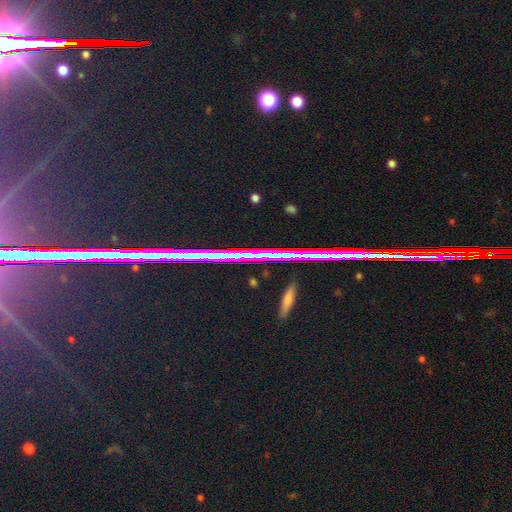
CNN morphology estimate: This appears to be a star or artifact, not a galaxy (83%).